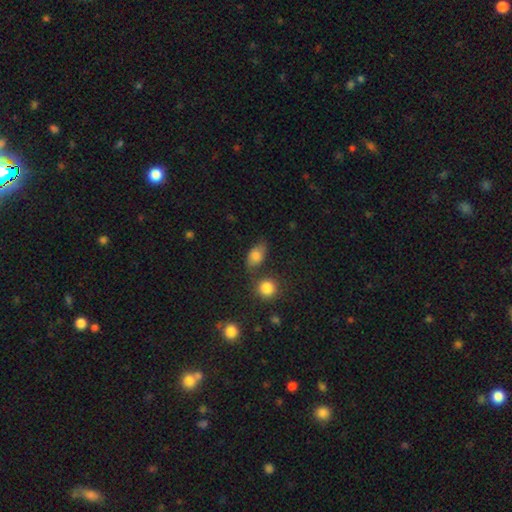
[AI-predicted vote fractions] Q: Smooth or featured?
A: smooth (76%); runner-up: featured or disk (13%)
Q: How rounded?
A: in between (80%); runner-up: round (17%)
Q: Merging?
A: none (56%); runner-up: minor disturbance (23%)